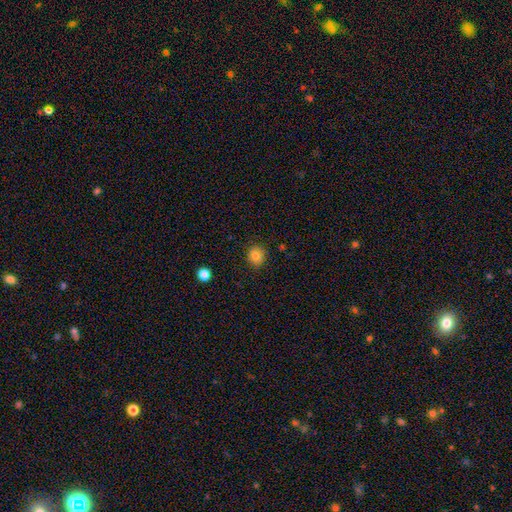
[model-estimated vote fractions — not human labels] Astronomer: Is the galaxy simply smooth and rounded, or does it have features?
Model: smooth — 82%.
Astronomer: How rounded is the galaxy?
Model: round — 86%.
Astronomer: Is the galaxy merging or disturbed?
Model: none — 89%.